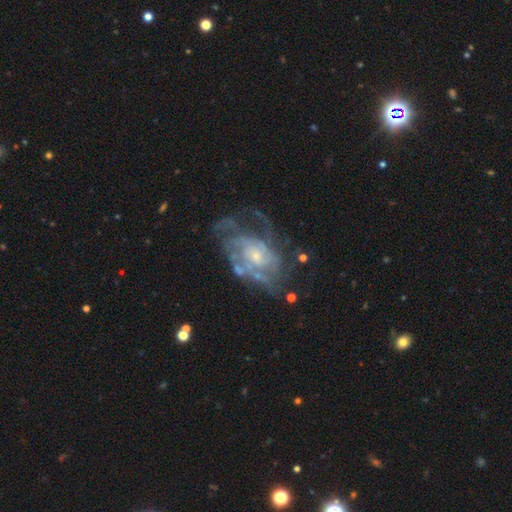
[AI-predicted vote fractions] Smooth or featured? Predicted: featured or disk (p=0.84). Edge-on disk? Predicted: no (p=0.97). Bar? Predicted: no (p=0.71). Spiral arms? Predicted: yes (p=0.86). Spiral winding? Predicted: tight (p=0.48). Spiral arm count? Predicted: can't tell (p=0.44). Bulge size? Predicted: small (p=0.66). Merging? Predicted: none (p=0.46).